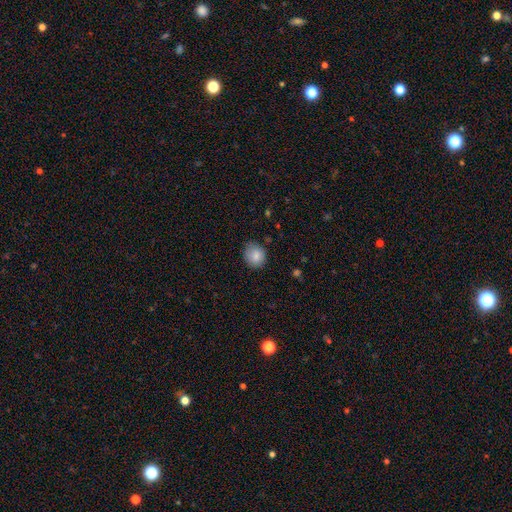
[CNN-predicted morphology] The model was most divided on "how rounded": round: 75%, in between: 24%, cigar-shaped: 1%. More confident: smooth or featured — smooth (85%); merging — none (76%).